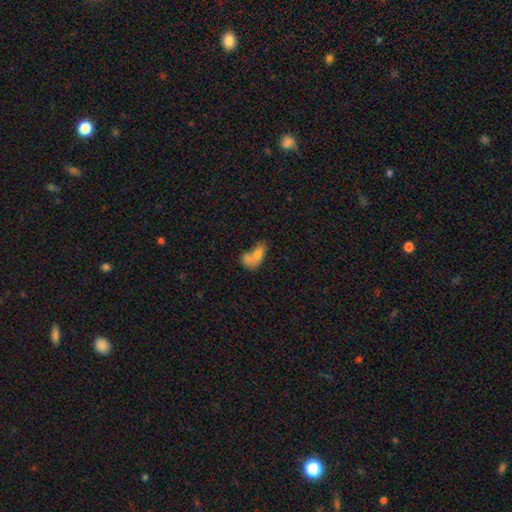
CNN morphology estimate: The model was most divided on "merging": merger: 59%, none: 21%, minor disturbance: 11%, major disturbance: 10%. More confident: how rounded — in between (82%); smooth or featured — smooth (73%).